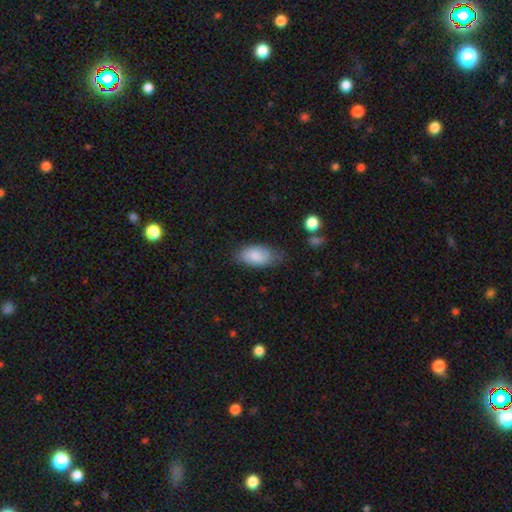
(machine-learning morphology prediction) smooth 83%, featured or disk 10%, star or artifact 6%. Down the decision tree: how rounded — in between (92%); merging — none (63%).